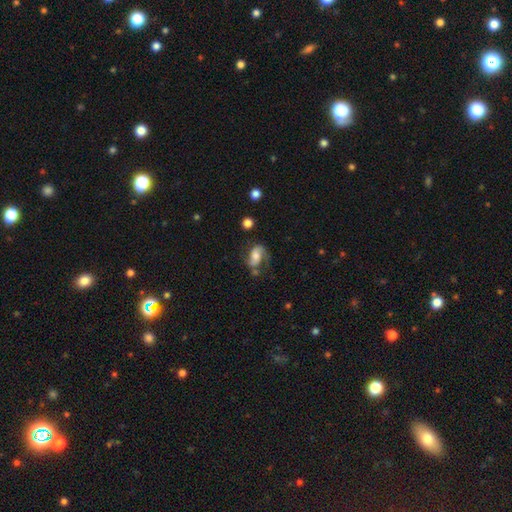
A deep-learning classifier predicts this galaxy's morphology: Smooth or featured: featured or disk — 54% (smooth — 37%)
Edge-on disk: no — 95% (yes — 5%)
Bar: no — 51% (weak — 33%)
Spiral arms: yes — 85% (no — 15%)
Bulge size: moderate — 46% (small — 23%)
Merging: none — 42% (major disturbance — 26%)